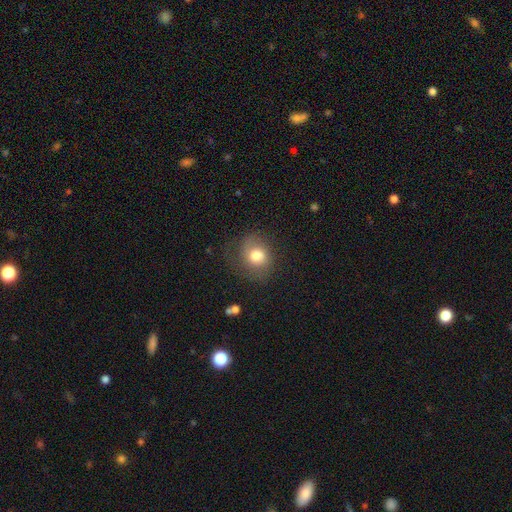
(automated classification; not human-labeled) A smooth galaxy with no disk features (70%) that is round (69%). Merging: none (62%).